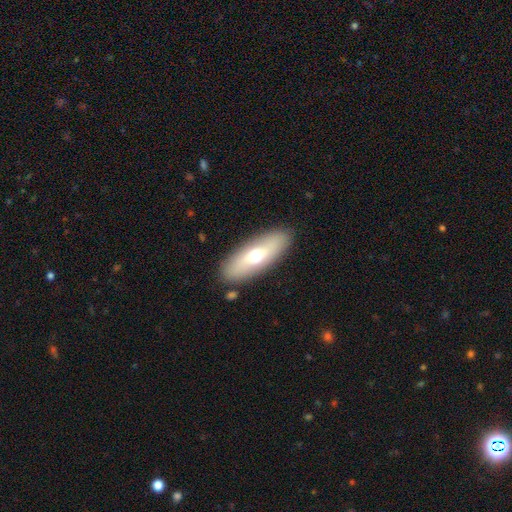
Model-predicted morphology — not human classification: Smooth or featured? Predicted: smooth (p=0.60). How rounded? Predicted: in between (p=0.69). Merging? Predicted: none (p=0.87).